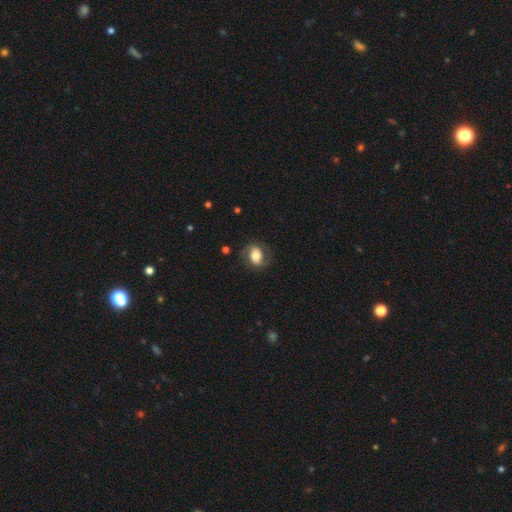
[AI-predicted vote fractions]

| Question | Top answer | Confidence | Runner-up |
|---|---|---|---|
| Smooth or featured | smooth | 59% | featured or disk (33%) |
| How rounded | in between | 61% | round (38%) |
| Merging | none | 74% | minor disturbance (16%) |